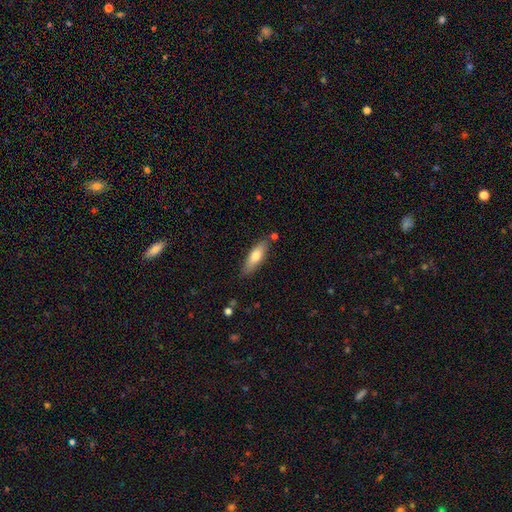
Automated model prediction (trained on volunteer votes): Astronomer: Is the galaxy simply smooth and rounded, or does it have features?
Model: smooth — 70%.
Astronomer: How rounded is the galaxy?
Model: in between — 49%, tied with cigar-shaped at 49%.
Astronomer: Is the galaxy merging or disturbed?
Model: none — 79%.